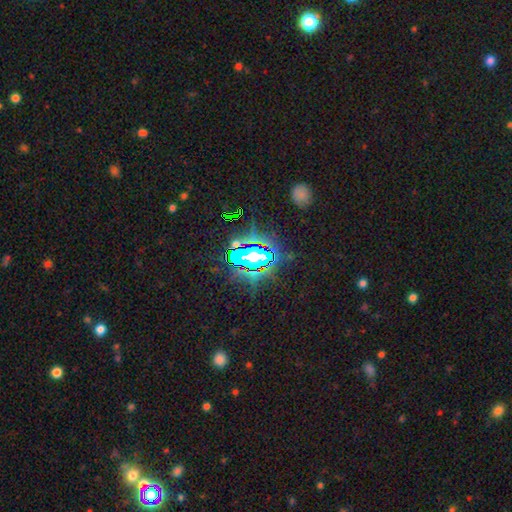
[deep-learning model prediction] This appears to be a star or artifact, not a galaxy (76%).